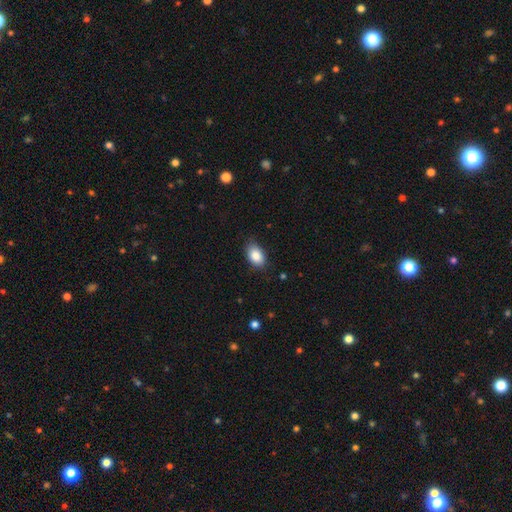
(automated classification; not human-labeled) This is clearly a smooth galaxy (87%). How rounded: clearly in between (89%). Merging: clearly none (80%).